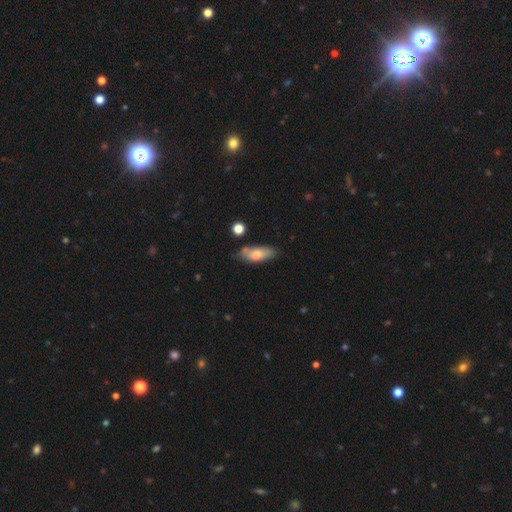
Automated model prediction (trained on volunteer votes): Morphology: type=smooth (68%); roundness=in between (72%); merging=none (61%).